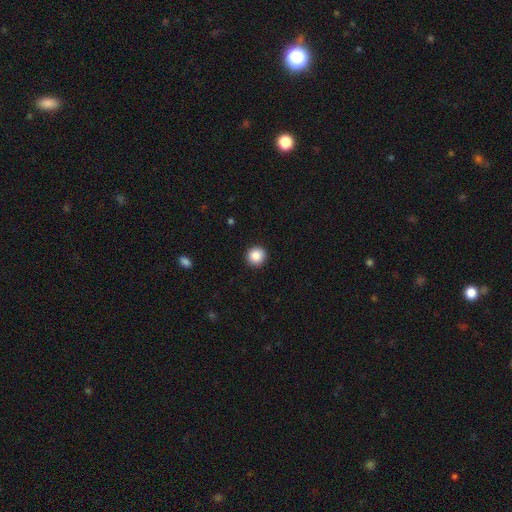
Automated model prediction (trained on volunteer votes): Morphology: type=smooth (87%); roundness=round (95%); merging=none (93%).